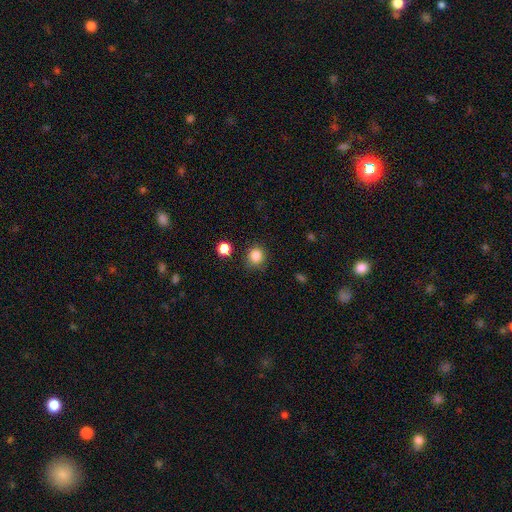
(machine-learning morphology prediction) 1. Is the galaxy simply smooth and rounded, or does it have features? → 85% smooth, 11% star or artifact, 4% featured or disk.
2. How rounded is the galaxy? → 87% round, 12% in between, 1% cigar-shaped.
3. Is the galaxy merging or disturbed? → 84% none, 10% minor disturbance, 3% major disturbance, 3% merger.